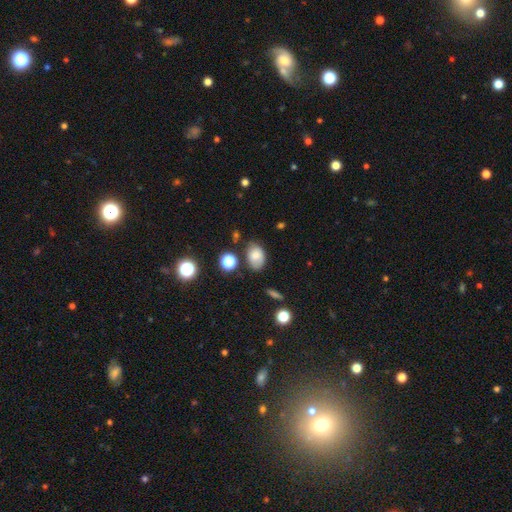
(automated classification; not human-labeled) smooth 78%, featured or disk 12%, star or artifact 10%. Down the decision tree: how rounded — in between (85%); merging — none (71%).